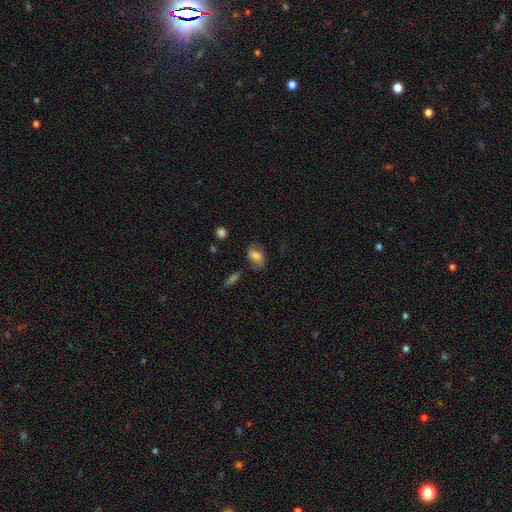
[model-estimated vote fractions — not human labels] Smooth or featured: smooth — 76% (featured or disk — 16%)
How rounded: in between — 83% (round — 15%)
Merging: none — 71% (minor disturbance — 19%)